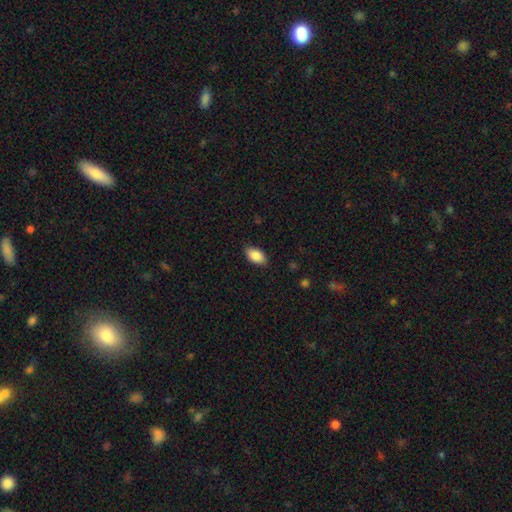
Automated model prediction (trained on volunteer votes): smooth 89%, star or artifact 7%, featured or disk 4%. Down the decision tree: how rounded — in between (94%); merging — none (86%).